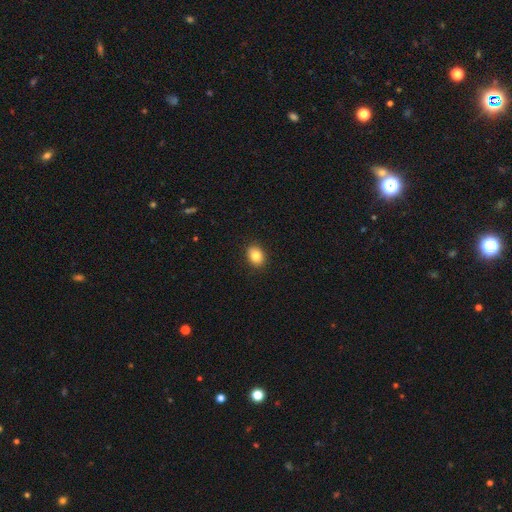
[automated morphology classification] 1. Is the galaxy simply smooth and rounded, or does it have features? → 83% smooth, 9% star or artifact, 7% featured or disk.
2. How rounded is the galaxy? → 58% in between, 41% round, 1% cigar-shaped.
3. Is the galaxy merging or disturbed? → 90% none, 7% minor disturbance, 2% major disturbance, 1% merger.